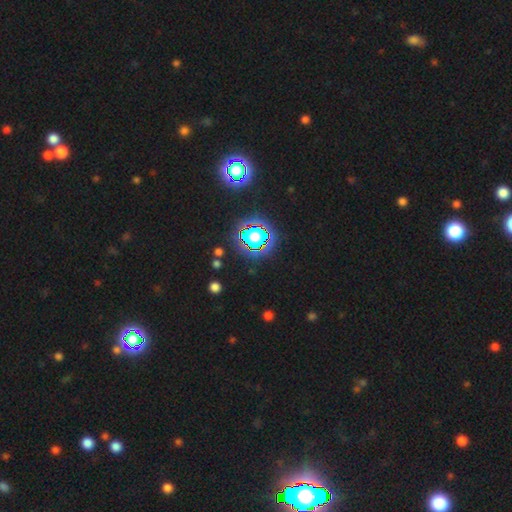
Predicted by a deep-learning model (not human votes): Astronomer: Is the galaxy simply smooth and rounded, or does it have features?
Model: star or artifact — 80%.